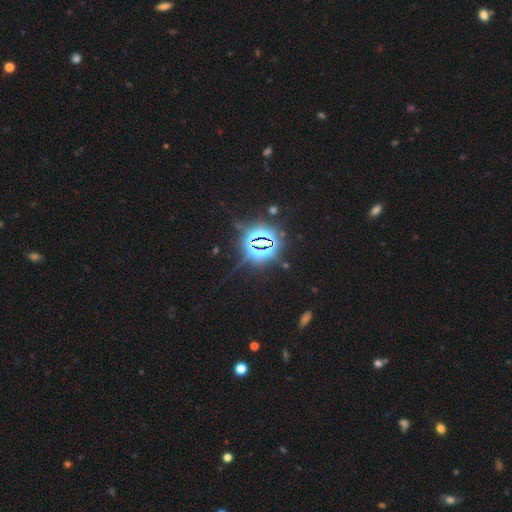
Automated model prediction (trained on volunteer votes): Q: Smooth or featured?
A: star or artifact (84%); runner-up: smooth (8%)